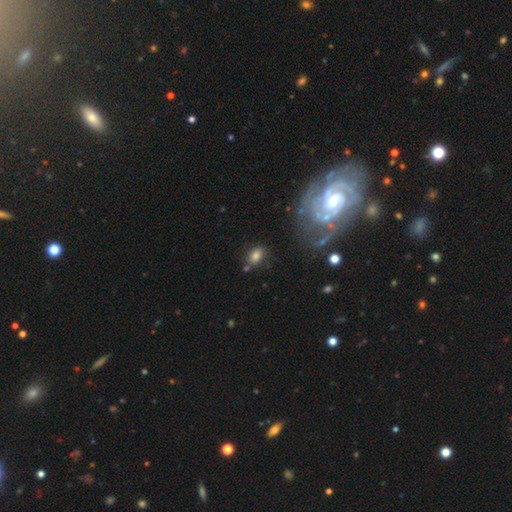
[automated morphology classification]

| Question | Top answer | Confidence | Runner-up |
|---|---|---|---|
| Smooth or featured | smooth | 79% | star or artifact (11%) |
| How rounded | in between | 78% | round (20%) |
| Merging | none | 70% | minor disturbance (16%) |